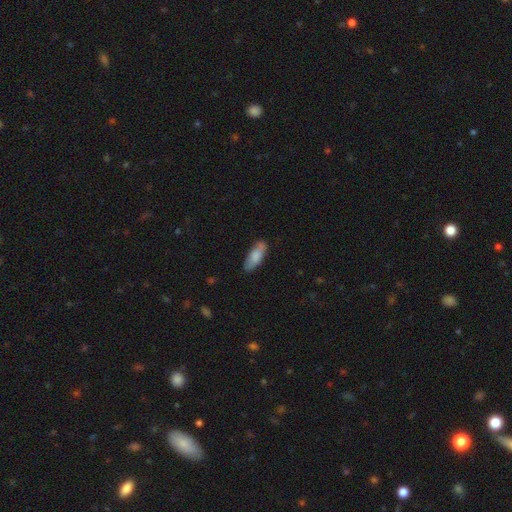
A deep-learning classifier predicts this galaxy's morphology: Smooth or featured? Predicted: smooth (p=0.80). How rounded? Predicted: in between (p=0.67). Merging? Predicted: none (p=0.79).